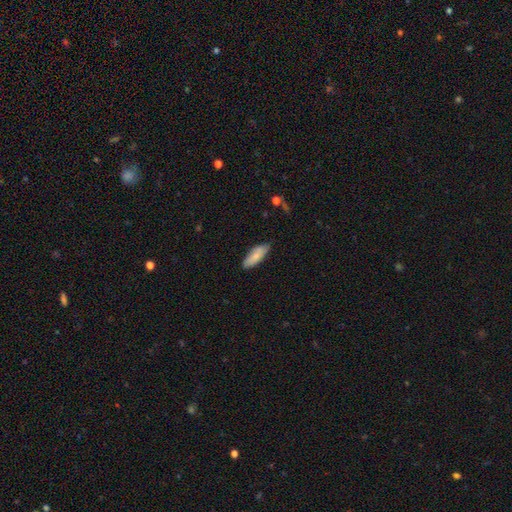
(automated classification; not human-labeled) Smooth or featured? smooth (77%)
How rounded? in between (70%)
Merging? none (74%)